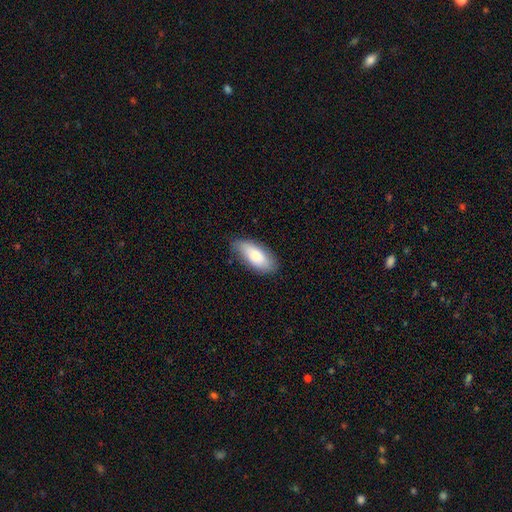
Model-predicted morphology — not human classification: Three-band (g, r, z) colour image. It shows a smooth galaxy with no disk features (79%) that is in between round and cigar-shaped (85%). Merging: none (79%).